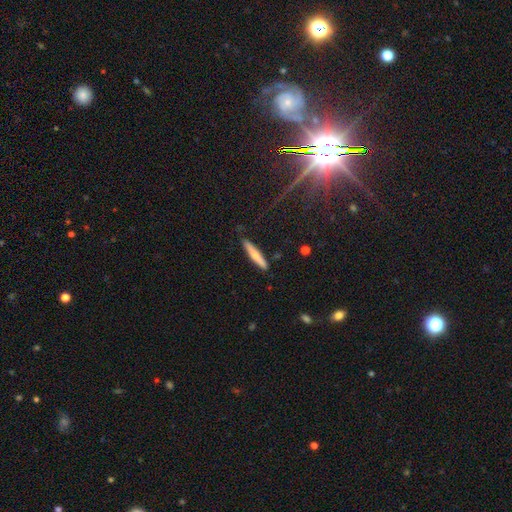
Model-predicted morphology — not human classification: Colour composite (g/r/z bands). It shows a smooth galaxy with no disk features (62%) that is cigar-shaped (93%). Merging: none (86%).